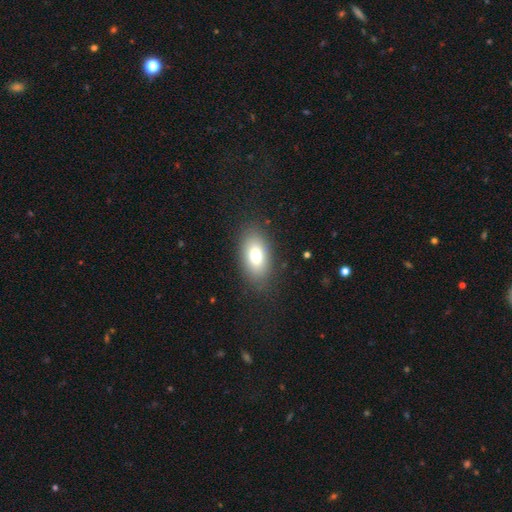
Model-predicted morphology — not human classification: Q: Smooth or featured?
A: smooth (76%); runner-up: featured or disk (15%)
Q: How rounded?
A: in between (90%); runner-up: round (6%)
Q: Merging?
A: none (84%); runner-up: minor disturbance (11%)